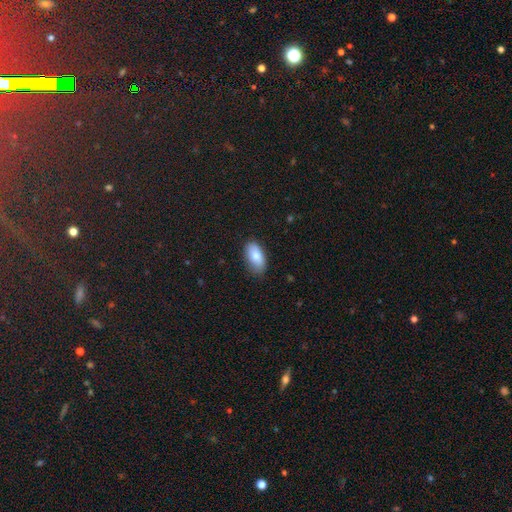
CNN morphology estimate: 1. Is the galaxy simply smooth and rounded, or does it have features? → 79% smooth, 14% featured or disk, 7% star or artifact.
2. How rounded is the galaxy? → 93% in between, 4% cigar-shaped, 3% round.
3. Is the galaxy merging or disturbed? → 80% none, 16% minor disturbance, 3% major disturbance, 1% merger.